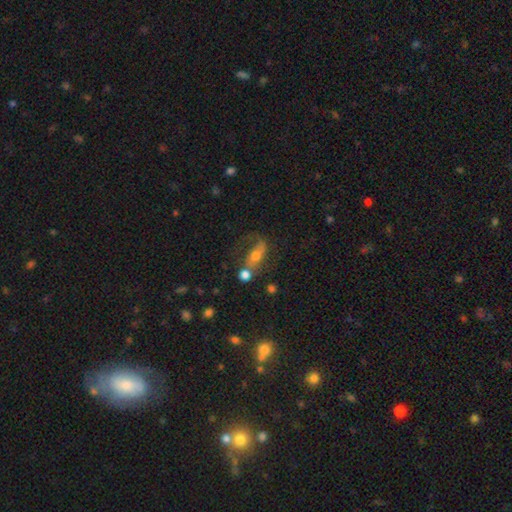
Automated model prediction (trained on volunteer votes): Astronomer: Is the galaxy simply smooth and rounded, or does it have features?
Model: featured or disk — 49% (runner-up: smooth, 39%).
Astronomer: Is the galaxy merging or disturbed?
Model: none — 42% (runner-up: major disturbance, 20%).